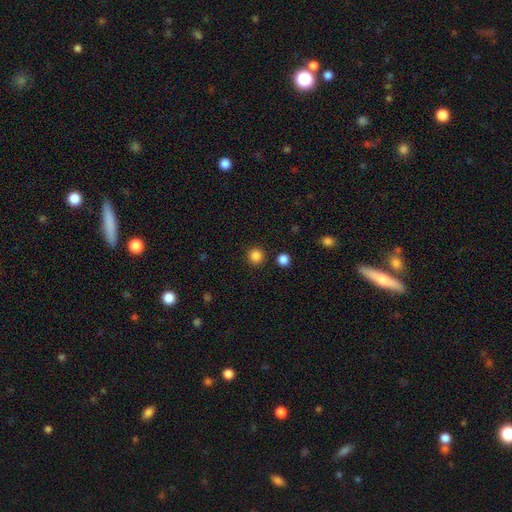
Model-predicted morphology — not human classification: The model was most divided on "smooth or featured": smooth: 85%, star or artifact: 12%, featured or disk: 3%. More confident: how rounded — round (94%); merging — none (90%).